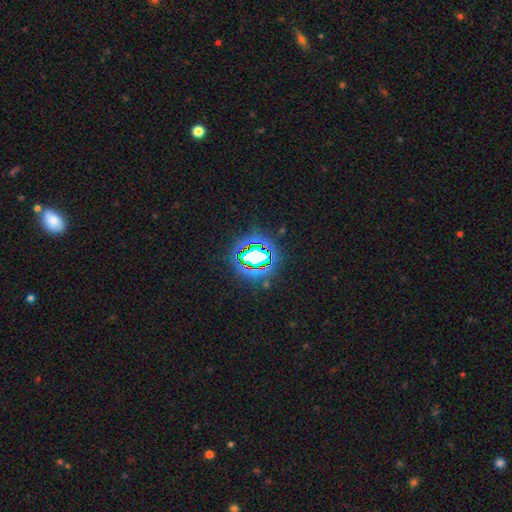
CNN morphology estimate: A star or artifact, not a galaxy (66%).

Vote fractions:
- Smooth or featured? star or artifact: 66% / smooth: 21% / featured or disk: 13%